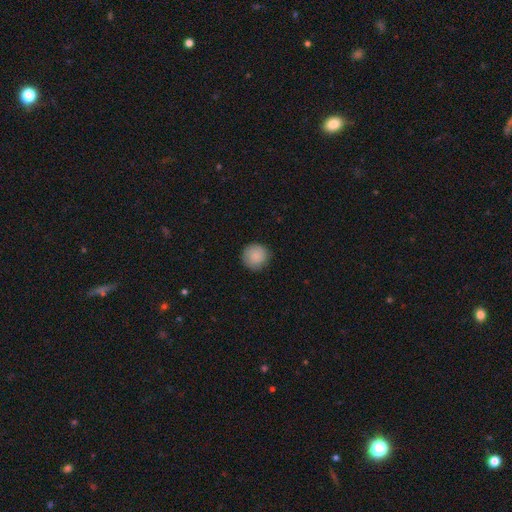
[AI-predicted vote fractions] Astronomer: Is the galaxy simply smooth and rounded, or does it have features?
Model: smooth — 87%.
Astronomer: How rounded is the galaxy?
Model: round — 95%.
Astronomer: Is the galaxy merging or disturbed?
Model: none — 87%.